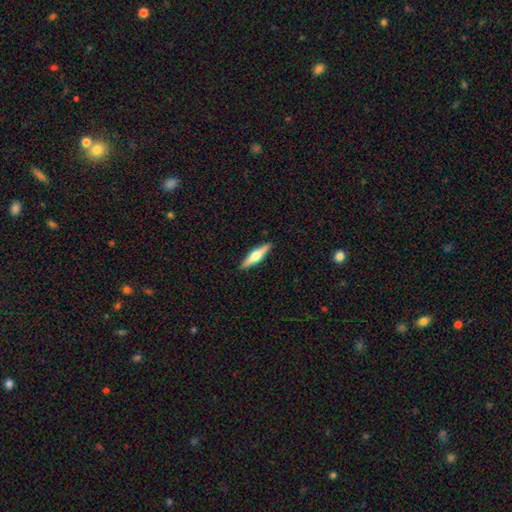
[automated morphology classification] Smooth or featured? Predicted: featured or disk (p=0.59). Edge-on disk? Predicted: yes (p=0.97). Edge-on bulge? Predicted: rounded (p=0.92). Merging? Predicted: none (p=0.91).